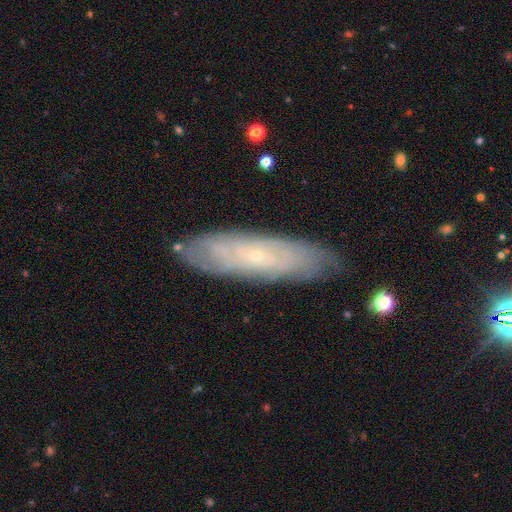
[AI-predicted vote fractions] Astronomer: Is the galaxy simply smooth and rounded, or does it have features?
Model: featured or disk — 70%.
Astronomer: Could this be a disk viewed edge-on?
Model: no — 76%.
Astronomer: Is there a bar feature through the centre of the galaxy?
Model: no — 81%.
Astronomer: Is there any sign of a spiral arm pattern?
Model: yes — 81%.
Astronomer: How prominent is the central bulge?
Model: small — 88%.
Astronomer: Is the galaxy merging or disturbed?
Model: none — 82%.